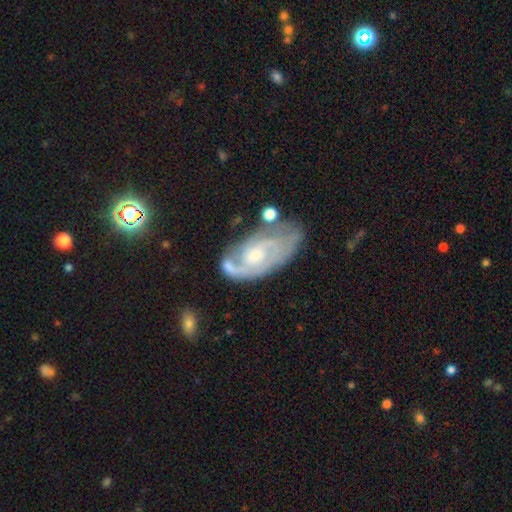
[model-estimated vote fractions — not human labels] smooth_or_featured: featured or disk (p=0.82) [alt: smooth p=0.12]
disk_edge_on: no (p=0.95) [alt: yes p=0.05]
bar: no (p=0.59) [alt: weak p=0.35]
has_spiral_arms: yes (p=0.92) [alt: no p=0.08]
spiral_winding: tight (p=0.51) [alt: medium p=0.38]
spiral_arm_count: 2 (p=0.51) [alt: can't tell p=0.23]
bulge_size: small (p=0.47) [alt: moderate p=0.43]
merging: none (p=0.53) [alt: minor disturbance p=0.25]